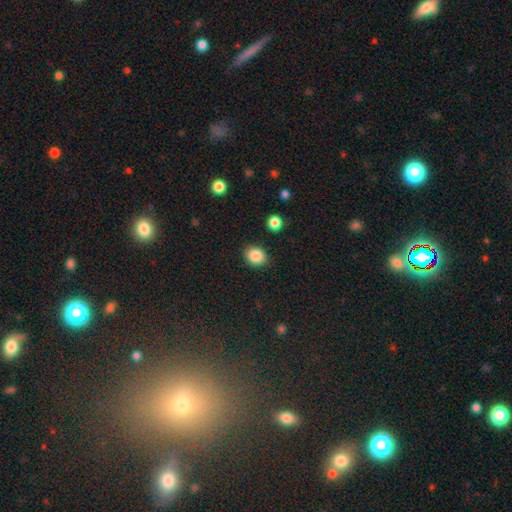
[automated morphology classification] Overall: smooth (86%). How rounded: round (60%; in between 39%). Merging: none (86%).